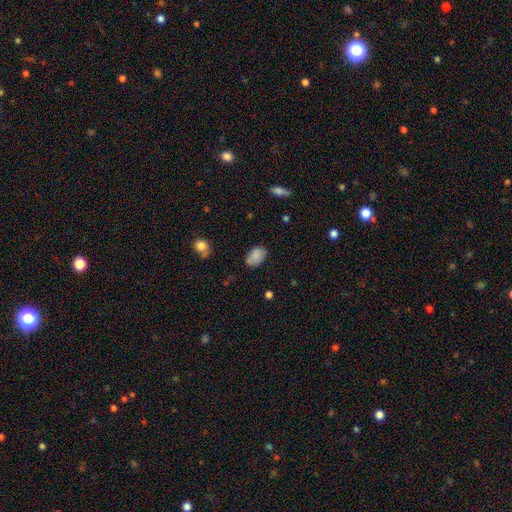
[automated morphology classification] A smooth galaxy with no disk features (82%) that is in between round and cigar-shaped (85%).

Vote fractions:
- Smooth or featured? smooth: 82% / star or artifact: 9% / featured or disk: 8%
- How rounded? in between: 85% / round: 14% / cigar-shaped: 1%
- Merging? none: 67% / minor disturbance: 23% / major disturbance: 6% / merger: 4%